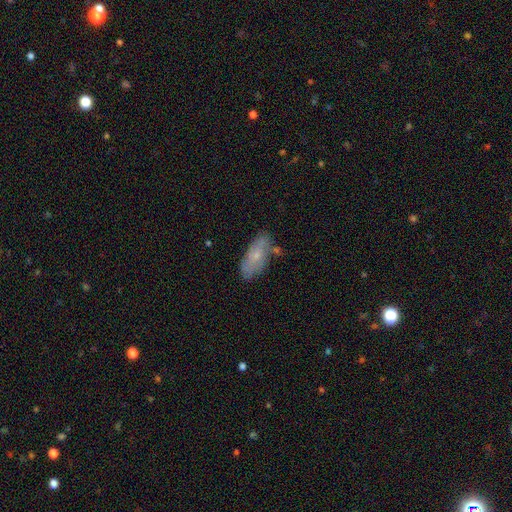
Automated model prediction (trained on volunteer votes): This is likely a smooth galaxy (62%). How rounded: likely in between (77%). Merging: likely none (69%).